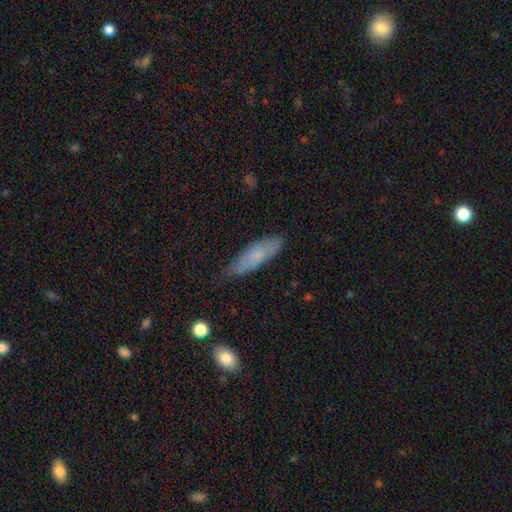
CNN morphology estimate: type=smooth (68%); roundness=cigar-shaped (60%); merging=none (64%).